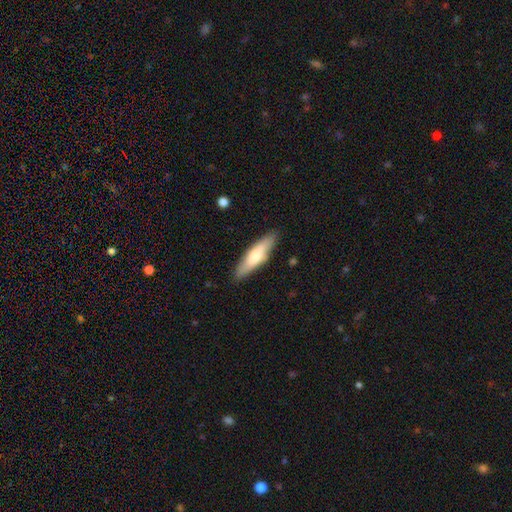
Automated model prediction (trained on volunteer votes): Overall: smooth (68%). How rounded: cigar-shaped (71%). Merging: none (87%).